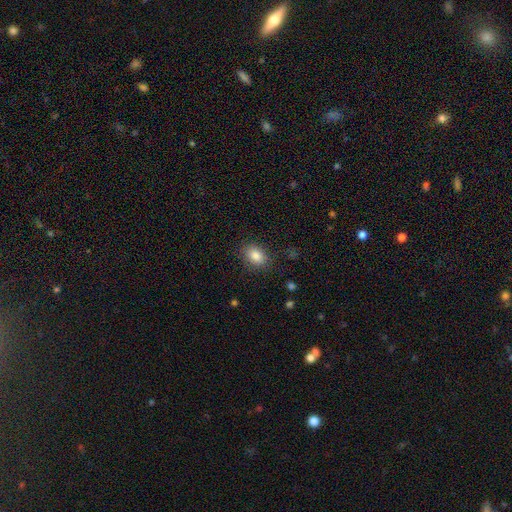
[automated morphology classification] This is clearly a smooth galaxy (85%). How rounded: likely in between (79%). Merging: clearly none (84%).